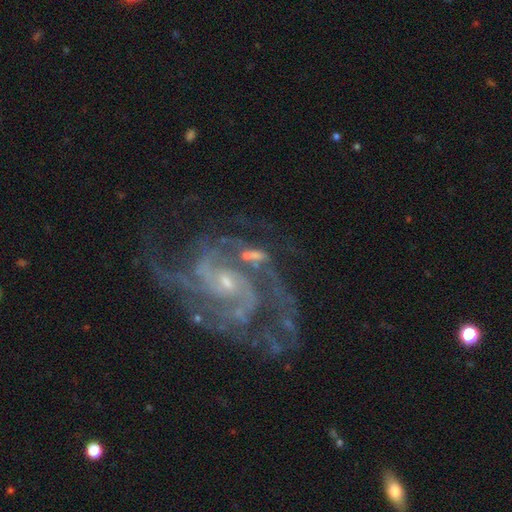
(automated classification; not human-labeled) smooth_or_featured: featured or disk (p=0.92) [alt: star or artifact p=0.06]
disk_edge_on: no (p=0.98) [alt: yes p=0.02]
bar: no (p=0.50) [alt: weak p=0.39]
has_spiral_arms: yes (p=0.98) [alt: no p=0.02]
spiral_winding: medium (p=0.47) [alt: tight p=0.43]
spiral_arm_count: 2 (p=0.35) [alt: 3 p=0.24]
bulge_size: small (p=0.75) [alt: moderate p=0.20]
merging: none (p=0.56) [alt: minor disturbance p=0.20]